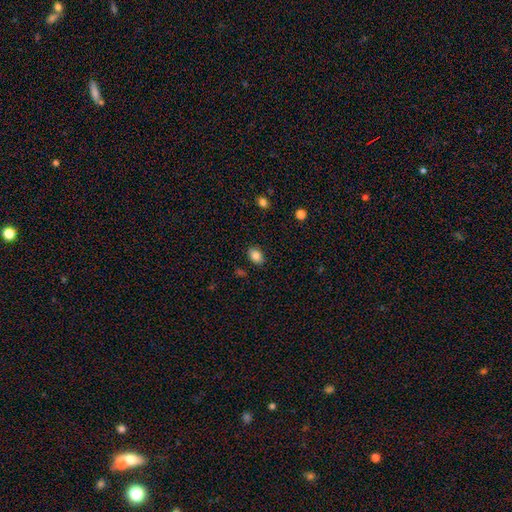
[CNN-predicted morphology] Smooth or featured? smooth (84%)
How rounded? in between (79%)
Merging? none (87%)